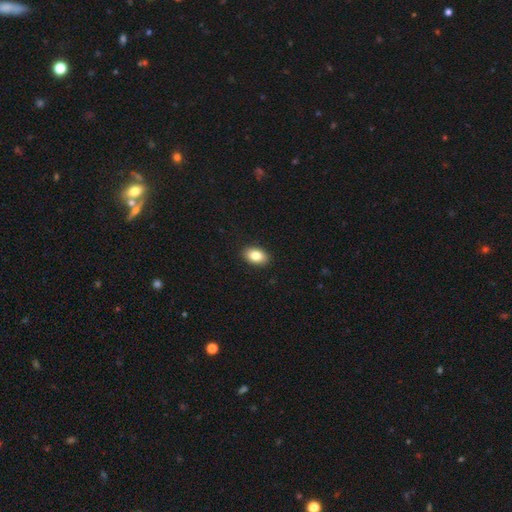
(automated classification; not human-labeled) smooth 84%, featured or disk 8%, star or artifact 8%. Down the decision tree: how rounded — in between (87%); merging — none (91%).